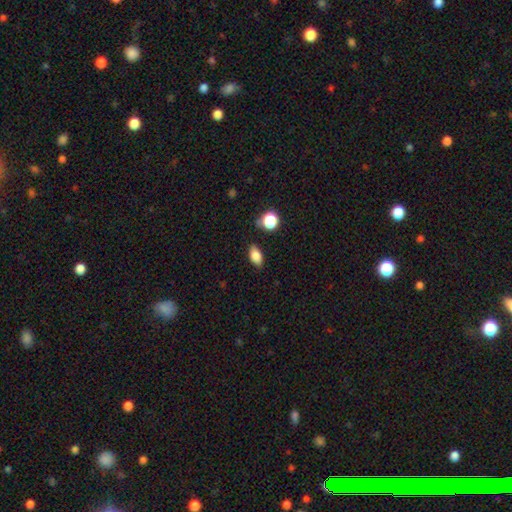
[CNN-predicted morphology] This appears to be a smooth galaxy with no disk features (83%) that is in between round and cigar-shaped (86%). Merging: none (82%).